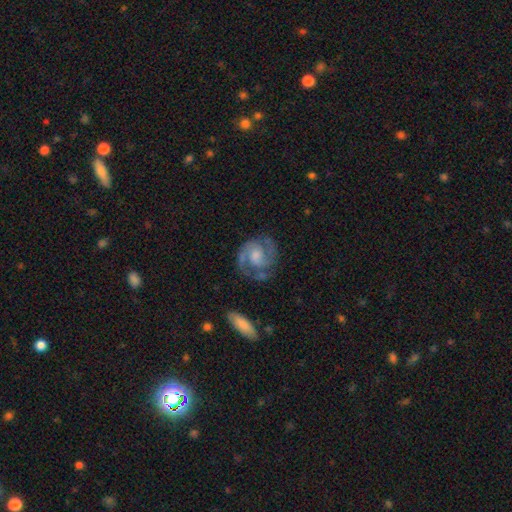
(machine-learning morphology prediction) Q: Smooth or featured?
A: featured or disk (87%); runner-up: smooth (8%)
Q: Edge-on disk?
A: no (97%); runner-up: yes (3%)
Q: Bar?
A: no (51%); runner-up: weak (38%)
Q: Spiral arms?
A: yes (97%); runner-up: no (3%)
Q: Spiral winding?
A: medium (49%); runner-up: tight (42%)
Q: Spiral arm count?
A: 2 (88%); runner-up: can't tell (4%)
Q: Bulge size?
A: moderate (44%); runner-up: small (31%)
Q: Merging?
A: none (76%); runner-up: minor disturbance (15%)